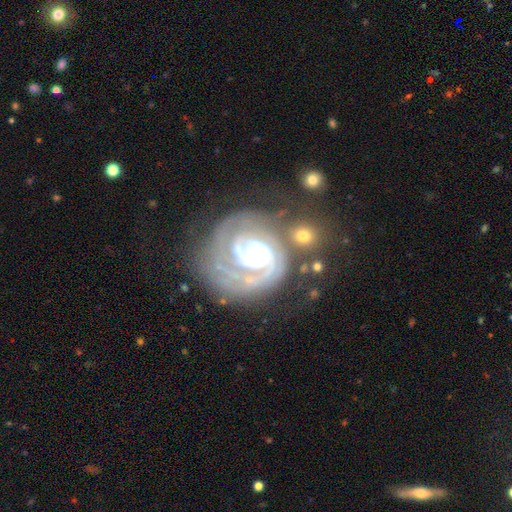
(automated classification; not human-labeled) This is clearly a featured or disk galaxy (90%). It is clearly not viewed edge-on (98%). Bar: likely no (60%). Spiral arm pattern: clearly yes (97%). Spiral arm count: marginally 2 (43%). Spiral winding: likely tight (74%). Central bulge: possibly moderate (51%). Merging: possibly none (54%).